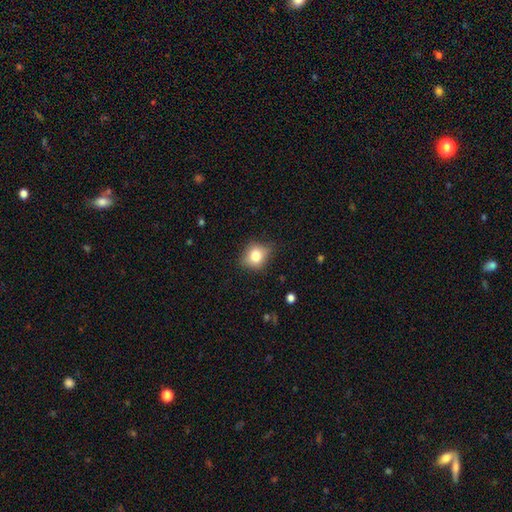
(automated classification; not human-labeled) This appears to be a smooth galaxy with no disk features (76%) that is round (56%). Merging: none (71%).